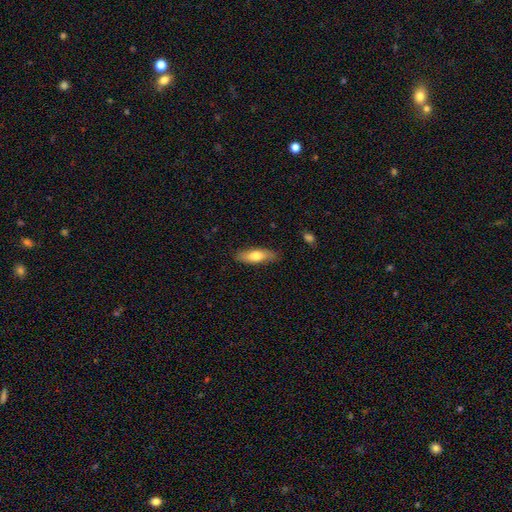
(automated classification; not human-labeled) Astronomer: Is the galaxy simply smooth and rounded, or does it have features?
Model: smooth — 69%.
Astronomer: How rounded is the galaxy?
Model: in between — 54% (runner-up: cigar-shaped, 44%).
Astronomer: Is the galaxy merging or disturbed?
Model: none — 84%.